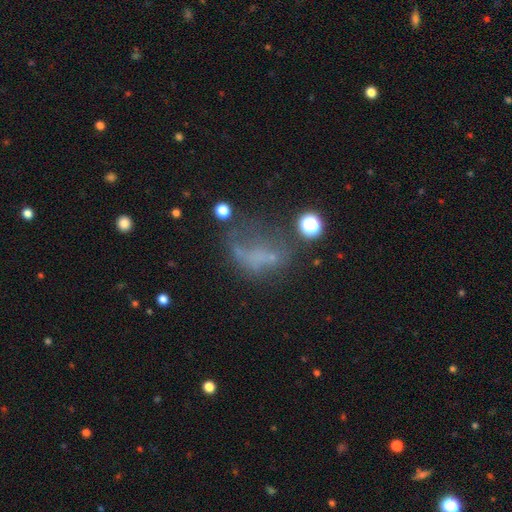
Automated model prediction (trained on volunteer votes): The model was most divided on "smooth or featured": smooth: 39%, featured or disk: 34%, star or artifact: 27%. Remaining: merging — major disturbance (41%).